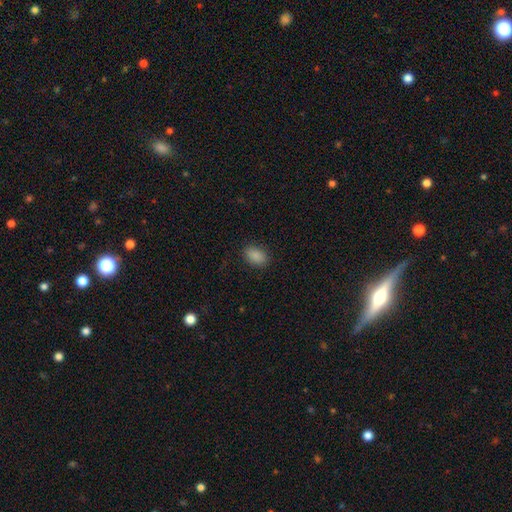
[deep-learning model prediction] A smooth galaxy with no disk features (88%) that is in between round and cigar-shaped (89%).

Vote fractions:
- Smooth or featured? smooth: 88% / star or artifact: 8% / featured or disk: 3%
- How rounded? in between: 89% / round: 9% / cigar-shaped: 2%
- Merging? none: 88% / minor disturbance: 9% / major disturbance: 3% / merger: 1%